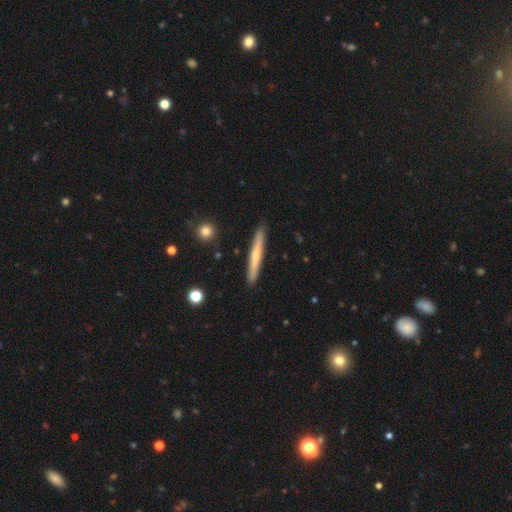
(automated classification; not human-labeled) Overall: smooth (51%; featured or disk 44%). How rounded: cigar-shaped (96%). Merging: none (90%).